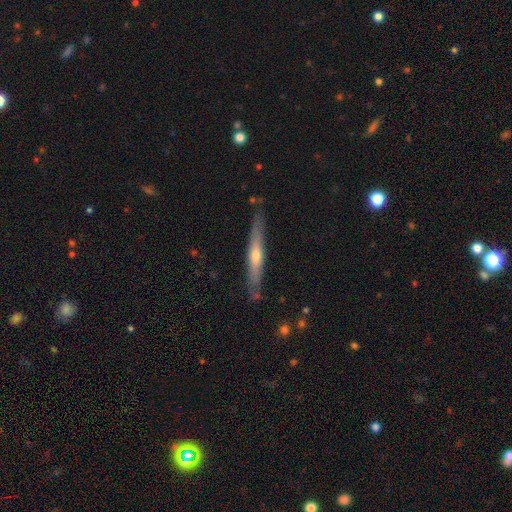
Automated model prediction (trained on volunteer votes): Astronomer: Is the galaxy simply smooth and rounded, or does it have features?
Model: featured or disk — 56% (runner-up: smooth, 38%).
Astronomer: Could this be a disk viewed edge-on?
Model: yes — 90%.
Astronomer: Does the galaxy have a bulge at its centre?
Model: rounded — 71%.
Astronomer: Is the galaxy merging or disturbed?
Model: none — 82%.